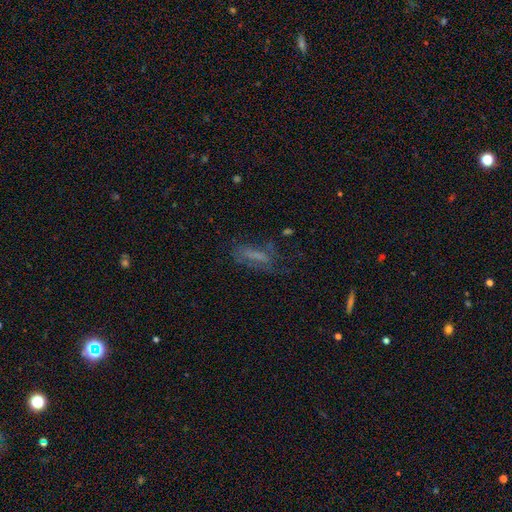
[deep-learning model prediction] smooth-or-featured: smooth: 47% | featured or disk: 34% | star or artifact: 18%
  merging: none: 51% | minor disturbance: 23% | major disturbance: 23% | merger: 3%